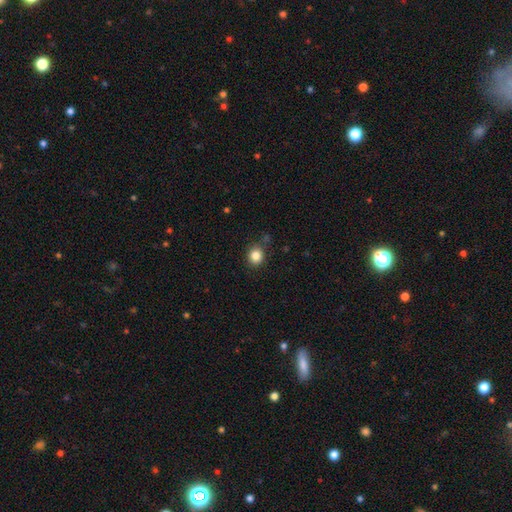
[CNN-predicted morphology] type=smooth (85%); roundness=round (78%); merging=none (83%).